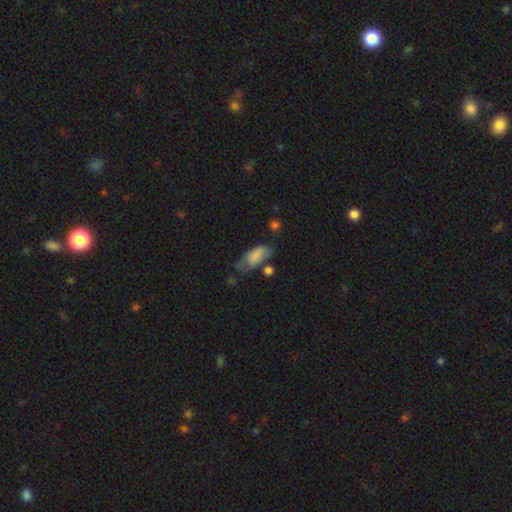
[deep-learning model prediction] smooth 73%, featured or disk 19%, star or artifact 8%. Down the decision tree: how rounded — in between (87%); merging — minor disturbance (34%).